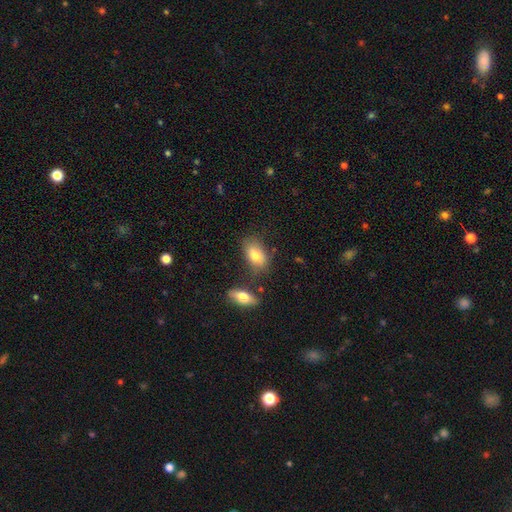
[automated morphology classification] The model was most divided on "merging": none: 66%, minor disturbance: 17%, merger: 12%, major disturbance: 5%. More confident: how rounded — in between (89%); smooth or featured — smooth (77%).